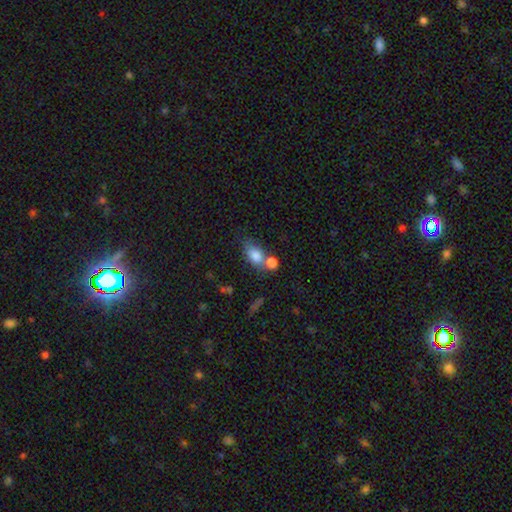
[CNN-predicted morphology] Smooth or featured?
  - smooth: 79% *
  - featured or disk: 12%
  - star or artifact: 9%
How rounded?
  - in between: 78% *
  - round: 18%
  - cigar-shaped: 4%
Merging?
  - merger: 41% *
  - none: 37%
  - minor disturbance: 14%
  - major disturbance: 7%